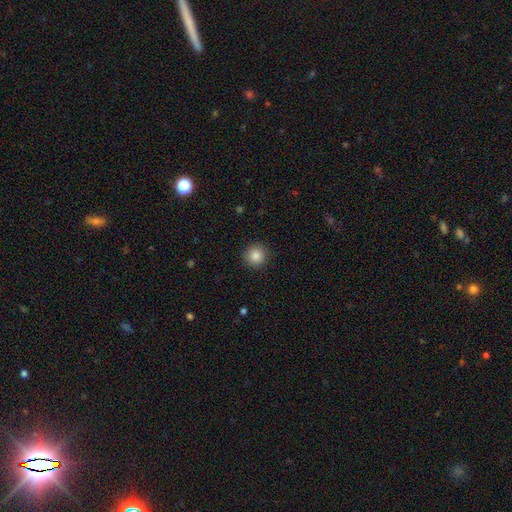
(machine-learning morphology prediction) Smooth or featured?
  - smooth: 86% *
  - star or artifact: 10%
  - featured or disk: 4%
How rounded?
  - round: 95% *
  - in between: 4%
  - cigar-shaped: 1%
Merging?
  - none: 92% *
  - minor disturbance: 5%
  - major disturbance: 2%
  - merger: 1%